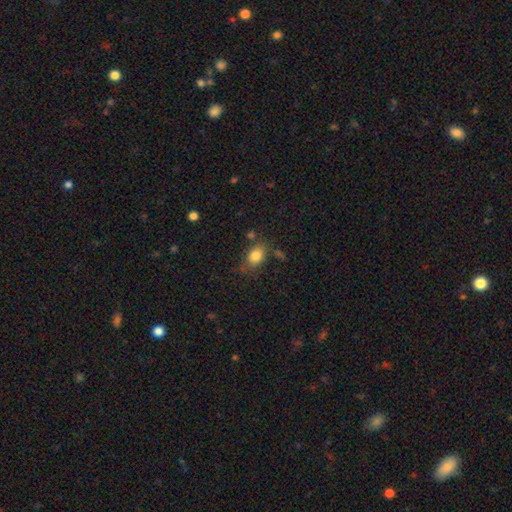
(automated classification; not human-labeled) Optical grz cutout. It shows a smooth galaxy with no disk features (82%) that is in between round and cigar-shaped (73%). Merging: none (66%).